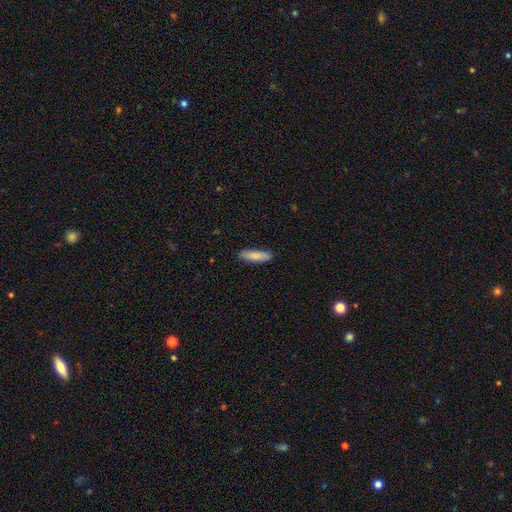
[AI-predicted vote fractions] smooth 84%, featured or disk 11%, star or artifact 6%. Down the decision tree: how rounded — cigar-shaped (67%); merging — none (88%).